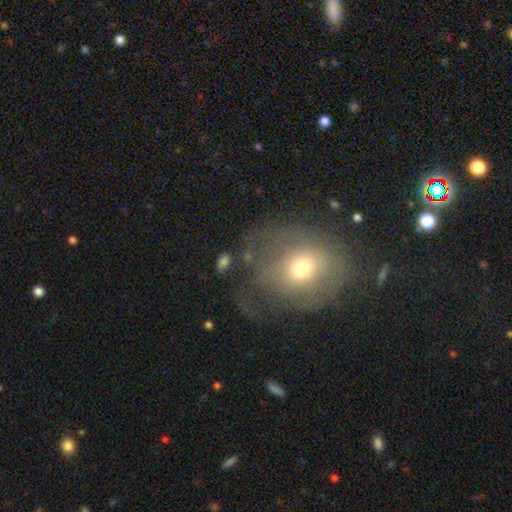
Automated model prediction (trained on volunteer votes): Smooth or featured?
  - smooth: 51% *
  - featured or disk: 31%
  - star or artifact: 18%
How rounded?
  - round: 61% *
  - in between: 38%
  - cigar-shaped: 1%
Merging?
  - none: 56% *
  - minor disturbance: 23%
  - major disturbance: 17%
  - merger: 4%